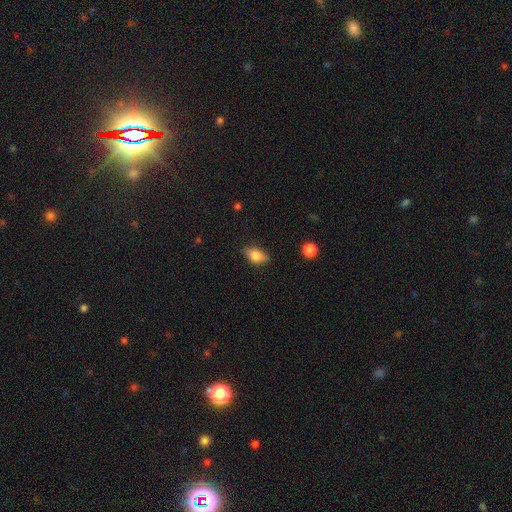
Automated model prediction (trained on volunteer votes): smooth-or-featured: smooth: 76% | featured or disk: 16% | star or artifact: 8%
  how-rounded: in between: 85% | round: 8% | cigar-shaped: 7%
  merging: none: 78% | minor disturbance: 17% | major disturbance: 4% | merger: 1%